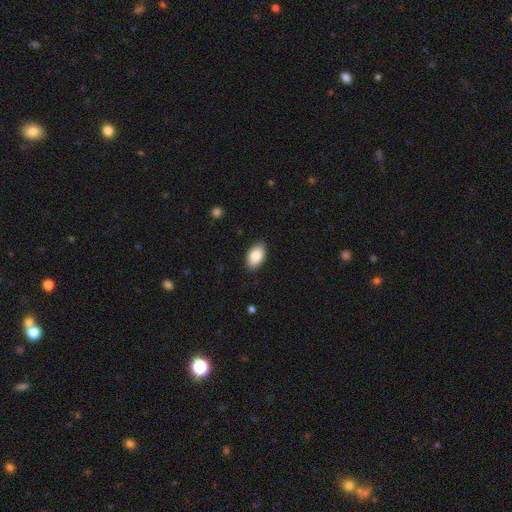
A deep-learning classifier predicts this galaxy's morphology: Smooth or featured? smooth (85%)
How rounded? in between (94%)
Merging? none (89%)